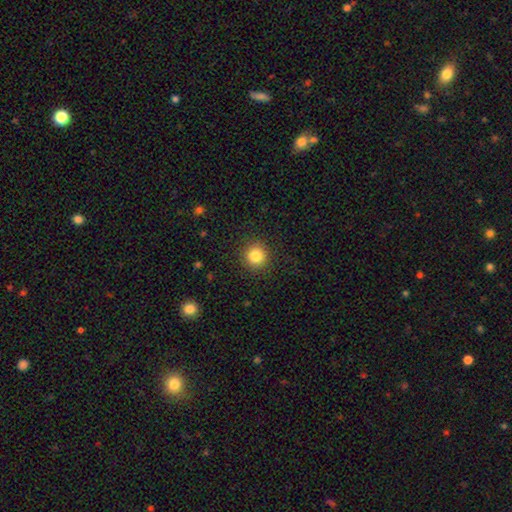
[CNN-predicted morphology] This is clearly a smooth galaxy (83%). How rounded: clearly round (94%). Merging: clearly none (91%).